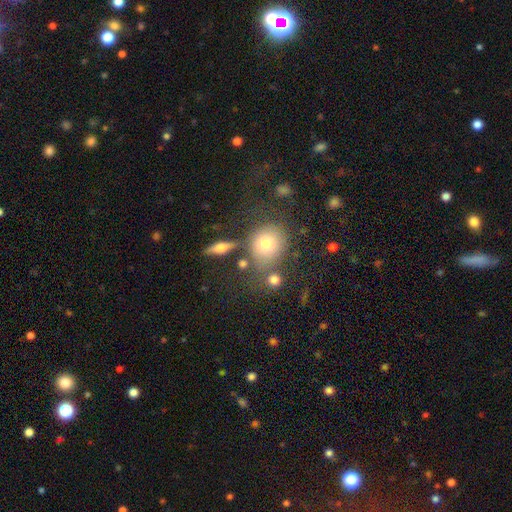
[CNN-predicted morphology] A smooth galaxy with no disk features (54%) that is round (85%).

Vote fractions:
- Smooth or featured? smooth: 54% / star or artifact: 35% / featured or disk: 11%
- How rounded? round: 85% / in between: 13% / cigar-shaped: 1%
- Merging? none: 70% / minor disturbance: 12% / merger: 11% / major disturbance: 7%